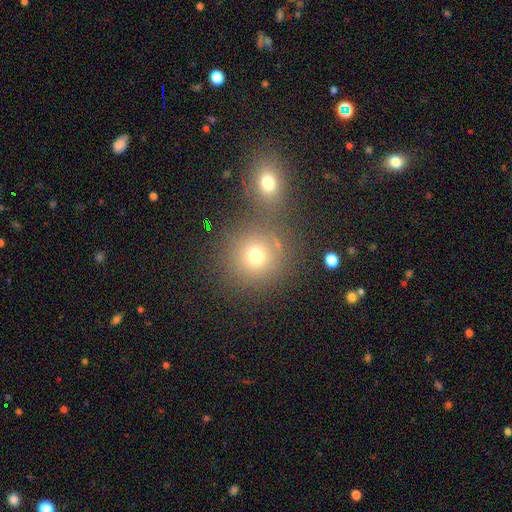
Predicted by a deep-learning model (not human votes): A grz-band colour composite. It shows a smooth galaxy with no disk features (72%) that is round (89%). Merging: none (61%).